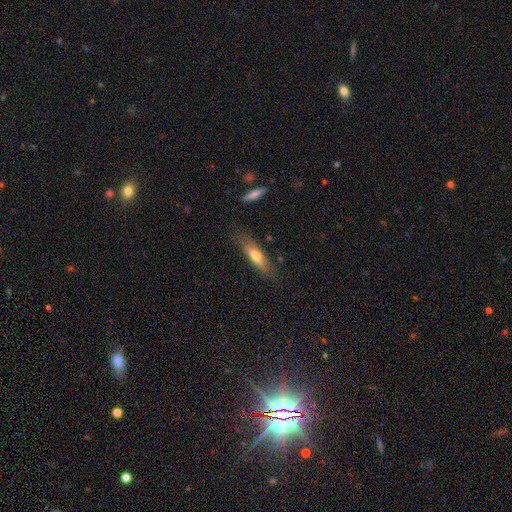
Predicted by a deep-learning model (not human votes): smooth_or_featured: smooth (p=0.59) [alt: featured or disk p=0.34]
how_rounded: cigar-shaped (p=0.65) [alt: in between p=0.33]
merging: none (p=0.76) [alt: minor disturbance p=0.17]